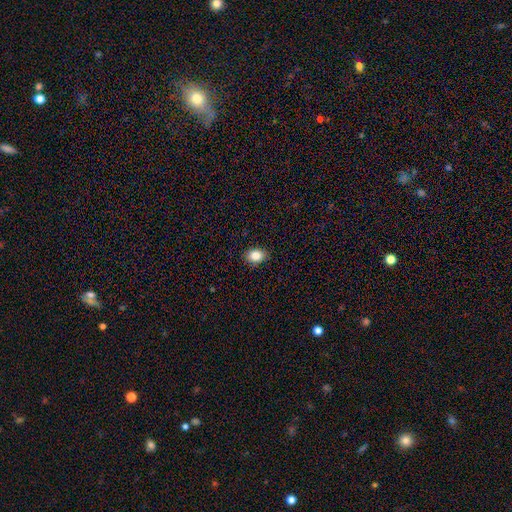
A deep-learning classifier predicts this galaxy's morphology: type=smooth (85%); roundness=in between (67%); merging=none (87%).